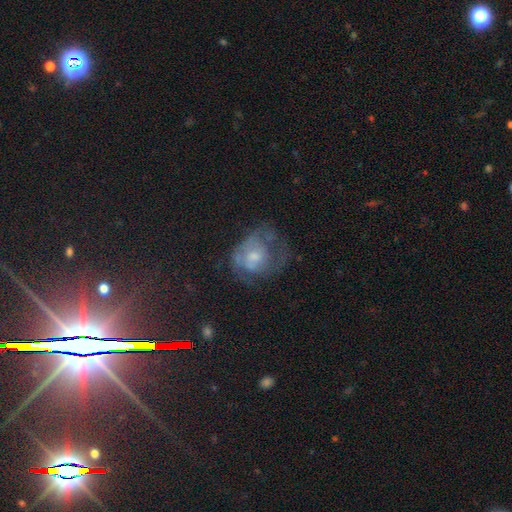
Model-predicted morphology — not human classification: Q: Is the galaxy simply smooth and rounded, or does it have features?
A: featured or disk — 53%.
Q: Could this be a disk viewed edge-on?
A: no — 97%.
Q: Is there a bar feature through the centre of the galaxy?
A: no — 77%.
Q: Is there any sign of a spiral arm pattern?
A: yes — 61%.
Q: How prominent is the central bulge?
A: moderate — 46%.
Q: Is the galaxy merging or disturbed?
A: none — 47%.